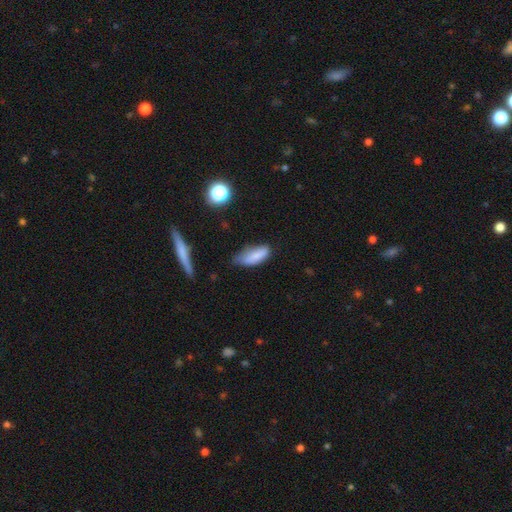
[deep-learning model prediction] A smooth galaxy with no disk features (81%) that is in between round and cigar-shaped (75%). Merging: none (44%).